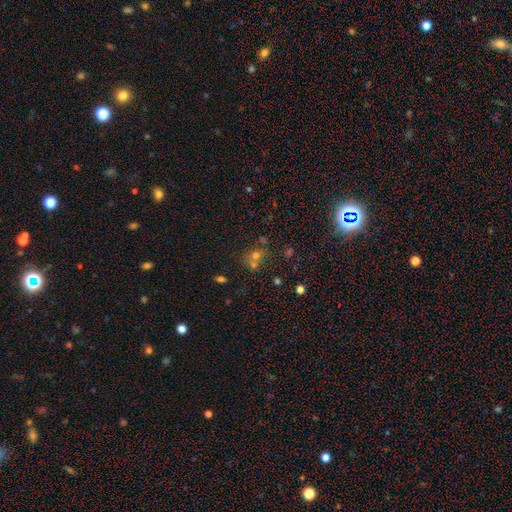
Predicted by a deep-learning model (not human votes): This is possibly a smooth galaxy (46%). Merging: possibly none (48%).